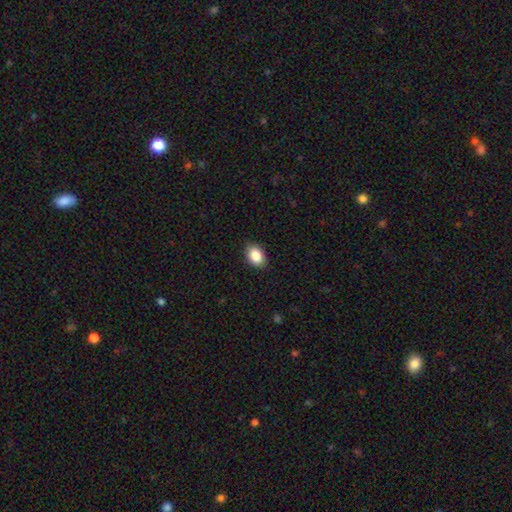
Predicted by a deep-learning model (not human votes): smooth_or_featured: smooth (p=0.87) [alt: star or artifact p=0.08]
how_rounded: in between (p=0.85) [alt: round p=0.13]
merging: none (p=0.88) [alt: minor disturbance p=0.09]